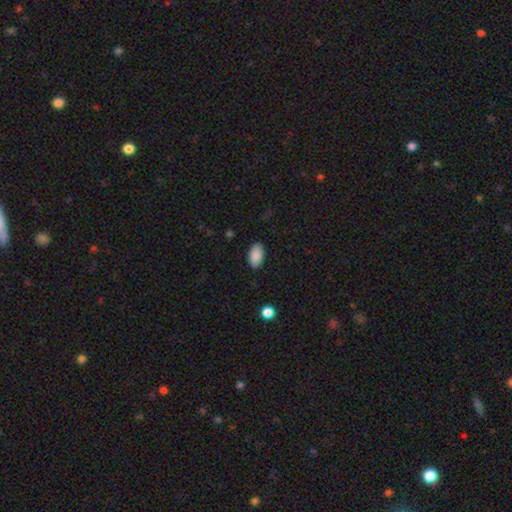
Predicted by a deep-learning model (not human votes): smooth 89%, star or artifact 7%, featured or disk 4%. Down the decision tree: how rounded — in between (95%); merging — none (87%).